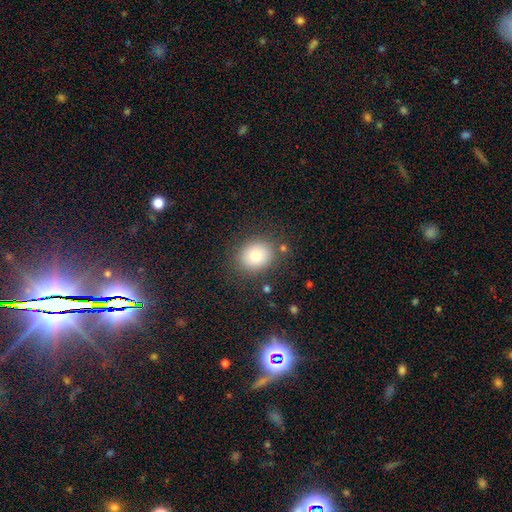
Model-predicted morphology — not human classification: Q: Smooth or featured?
A: smooth (78%); runner-up: featured or disk (11%)
Q: How rounded?
A: round (61%); runner-up: in between (39%)
Q: Merging?
A: none (83%); runner-up: minor disturbance (11%)